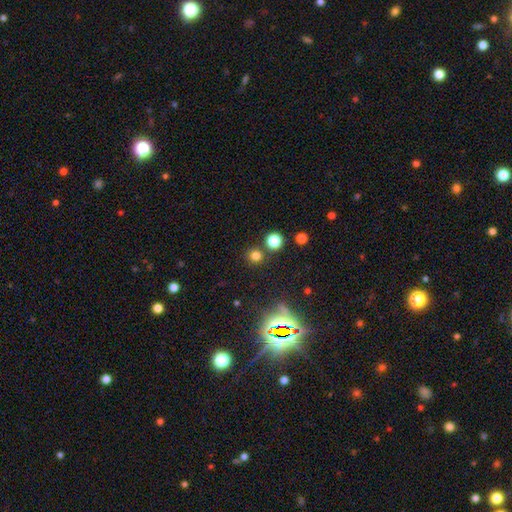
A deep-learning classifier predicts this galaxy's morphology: Smooth or featured?
  - smooth: 70% *
  - star or artifact: 23%
  - featured or disk: 6%
How rounded?
  - round: 91% *
  - in between: 8%
  - cigar-shaped: 1%
Merging?
  - none: 78% *
  - merger: 12%
  - minor disturbance: 7%
  - major disturbance: 3%